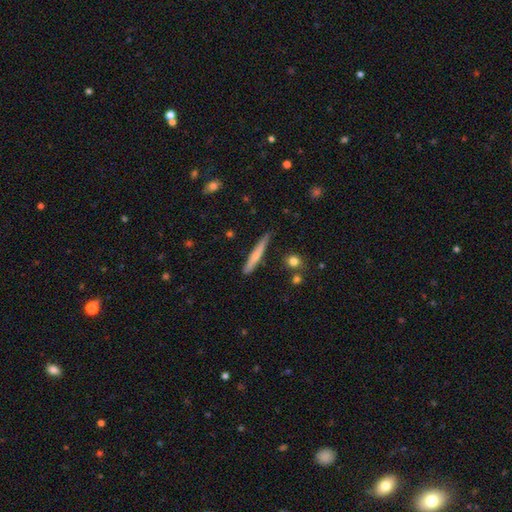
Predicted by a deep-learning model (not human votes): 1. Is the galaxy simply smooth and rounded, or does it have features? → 58% smooth, 36% featured or disk, 6% star or artifact.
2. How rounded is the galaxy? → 94% cigar-shaped, 4% in between, 2% round.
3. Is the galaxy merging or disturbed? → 83% none, 13% minor disturbance, 2% major disturbance, 2% merger.